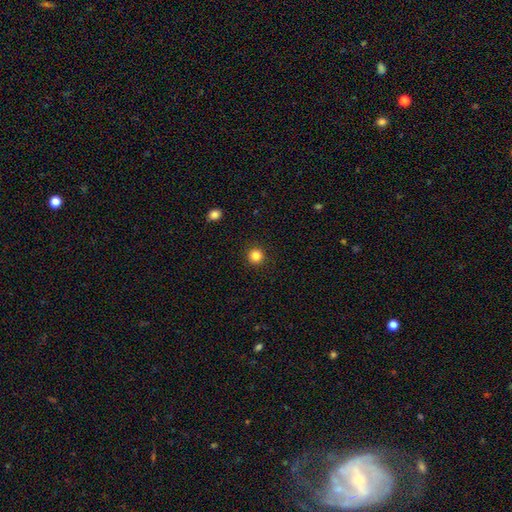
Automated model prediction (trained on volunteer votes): smooth 84%, star or artifact 12%, featured or disk 4%. Down the decision tree: how rounded — round (95%); merging — none (92%).